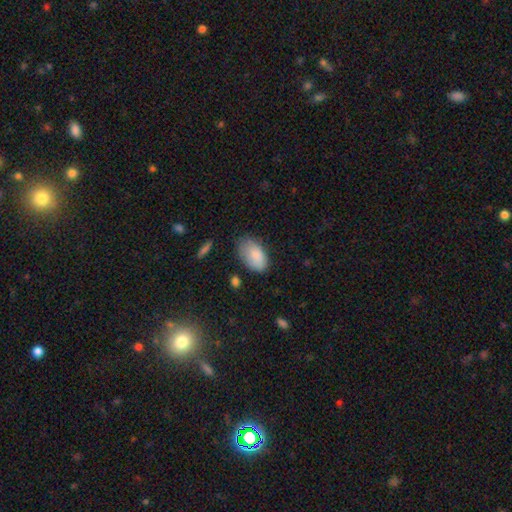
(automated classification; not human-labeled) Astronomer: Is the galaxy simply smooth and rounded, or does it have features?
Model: smooth — 84%.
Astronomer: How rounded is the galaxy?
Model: in between — 93%.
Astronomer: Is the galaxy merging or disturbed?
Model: none — 67%.